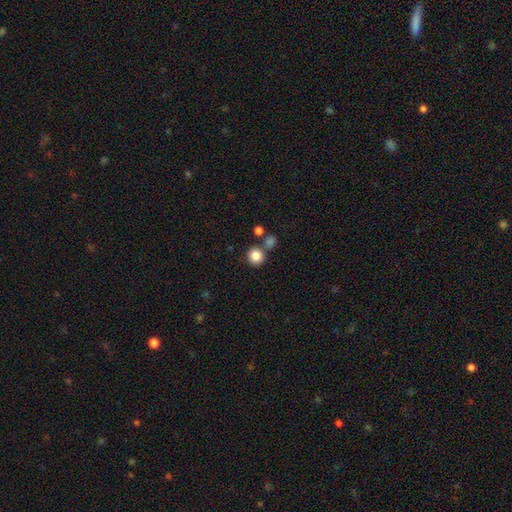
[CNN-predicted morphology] The model was most divided on "merging": none: 73%, merger: 16%, minor disturbance: 8%, major disturbance: 3%. More confident: how rounded — round (92%); smooth or featured — smooth (85%).